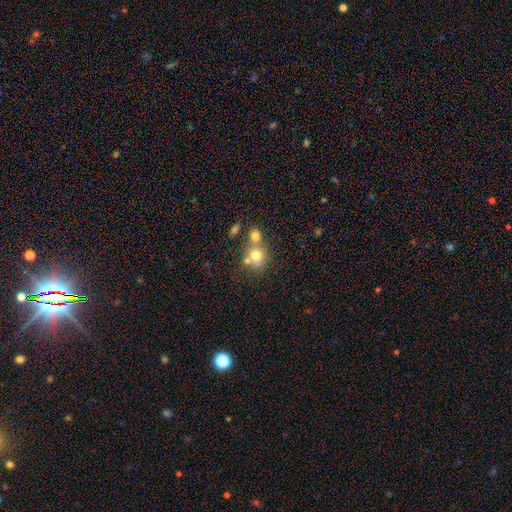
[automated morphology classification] A smooth galaxy with no disk features (72%) that is round (76%). Merging: merger (44%).